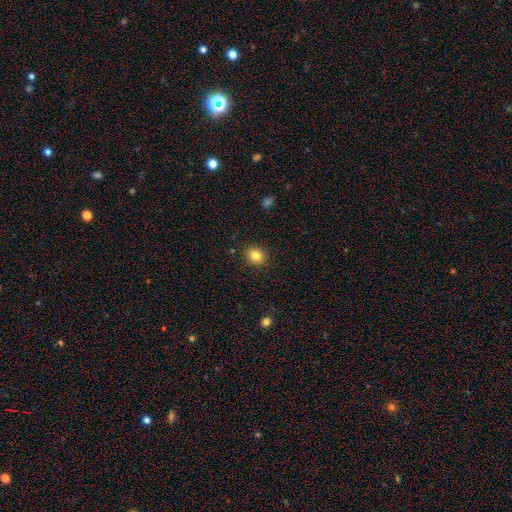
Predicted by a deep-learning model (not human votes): smooth 83%, star or artifact 10%, featured or disk 7%. Down the decision tree: how rounded — round (57%); merging — none (89%).